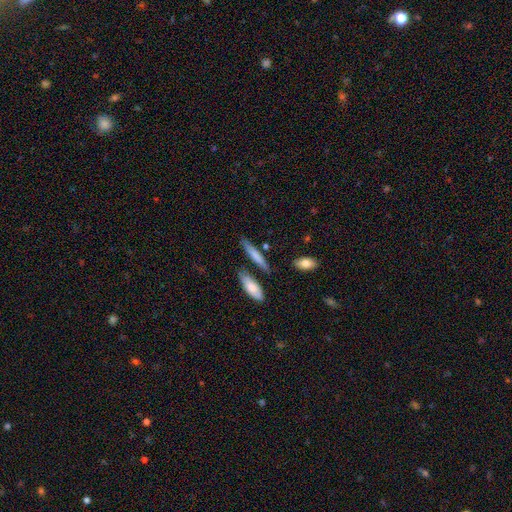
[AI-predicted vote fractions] This is likely a smooth galaxy (70%). How rounded: clearly cigar-shaped (85%). Merging: likely none (78%).